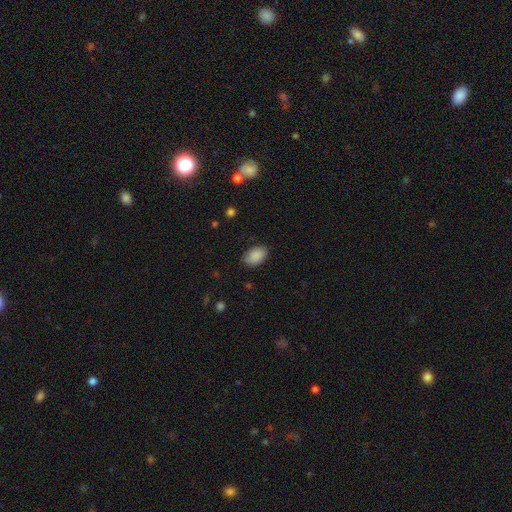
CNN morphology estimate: Q: Smooth or featured?
A: smooth (88%); runner-up: star or artifact (7%)
Q: How rounded?
A: in between (90%); runner-up: round (9%)
Q: Merging?
A: none (81%); runner-up: minor disturbance (14%)